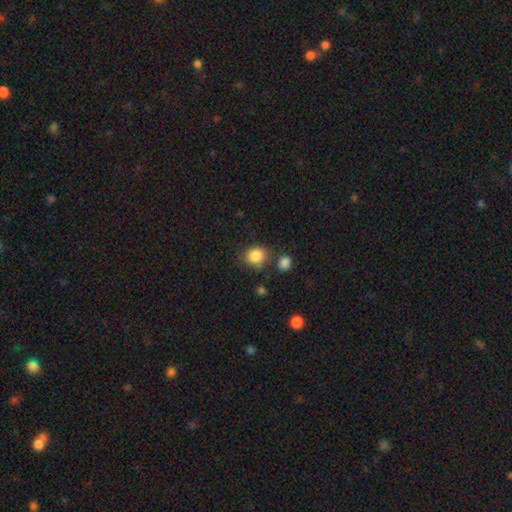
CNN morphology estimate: smooth 85%, star or artifact 9%, featured or disk 5%. Down the decision tree: how rounded — round (71%); merging — none (72%).